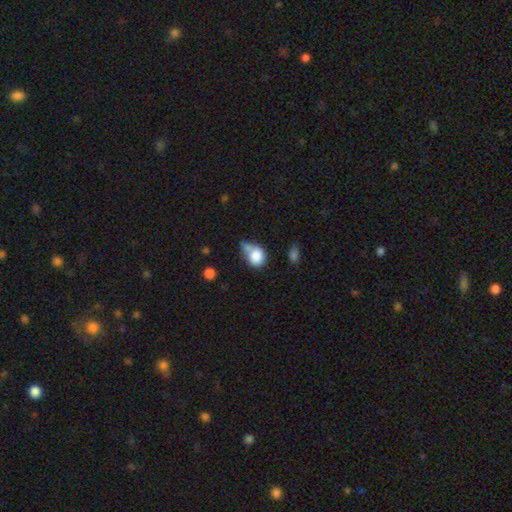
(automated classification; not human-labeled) Smooth or featured?
  - smooth: 83% *
  - star or artifact: 9%
  - featured or disk: 8%
How rounded?
  - round: 55% *
  - in between: 44%
  - cigar-shaped: 1%
Merging?
  - none: 31% *
  - merger: 28%
  - minor disturbance: 28%
  - major disturbance: 13%